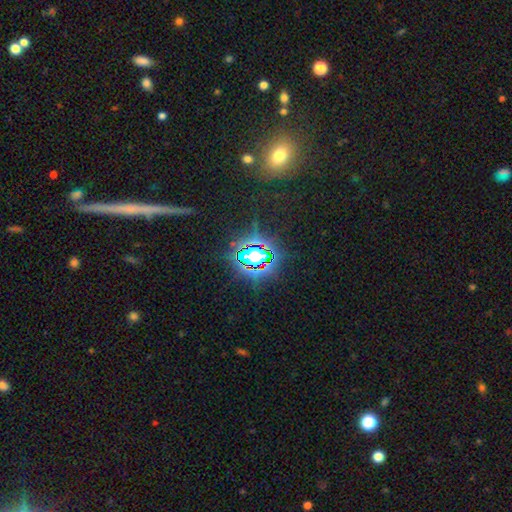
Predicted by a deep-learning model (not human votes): Smooth or featured?
  - star or artifact: 73% *
  - smooth: 17%
  - featured or disk: 10%